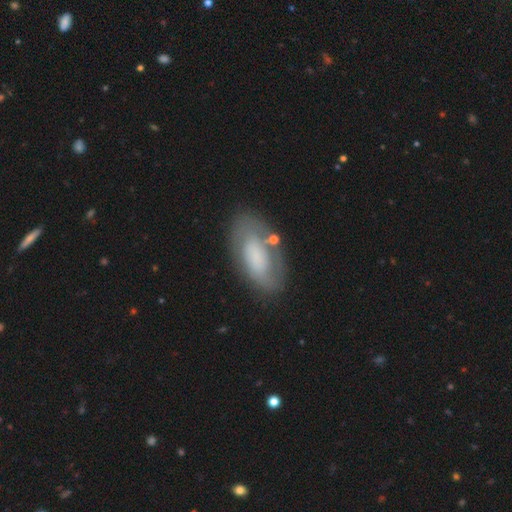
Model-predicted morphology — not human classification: smooth-or-featured: smooth: 51% | featured or disk: 41% | star or artifact: 8%
  how-rounded: in between: 92% | cigar-shaped: 5% | round: 3%
  merging: none: 68% | minor disturbance: 19% | major disturbance: 8% | merger: 4%